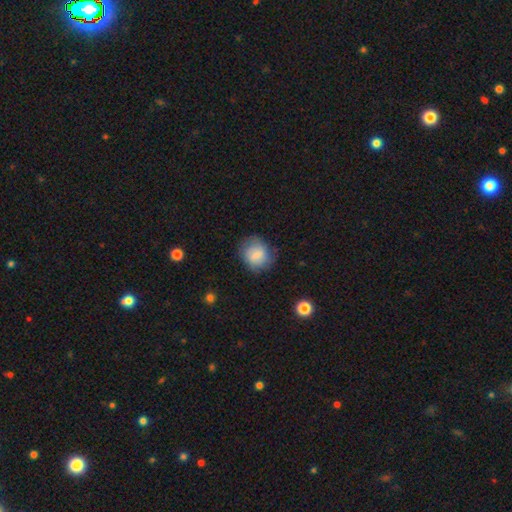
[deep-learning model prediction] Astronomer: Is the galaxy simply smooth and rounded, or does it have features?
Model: smooth — 75%.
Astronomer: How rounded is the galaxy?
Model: round — 71%.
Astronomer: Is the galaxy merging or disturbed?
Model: none — 73%.